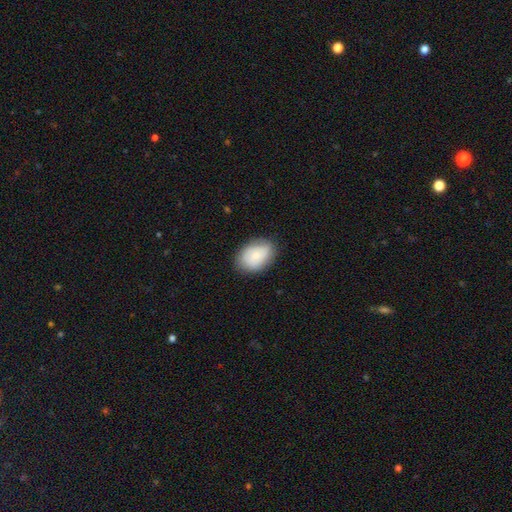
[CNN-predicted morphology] Overall: smooth (80%). How rounded: in between (83%). Merging: none (80%).